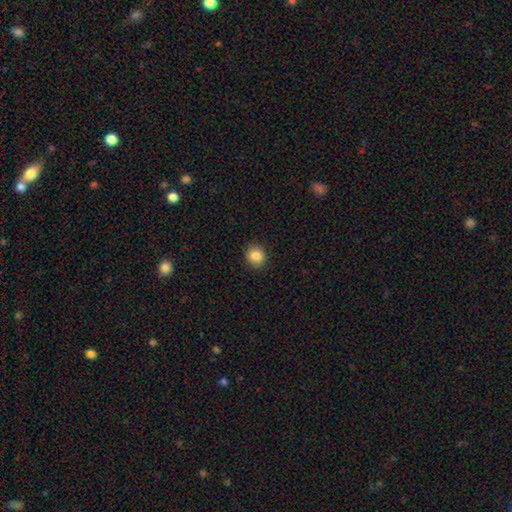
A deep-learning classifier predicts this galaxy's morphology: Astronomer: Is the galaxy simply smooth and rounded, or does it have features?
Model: smooth — 85%.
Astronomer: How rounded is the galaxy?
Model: round — 87%.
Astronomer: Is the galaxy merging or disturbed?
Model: none — 91%.